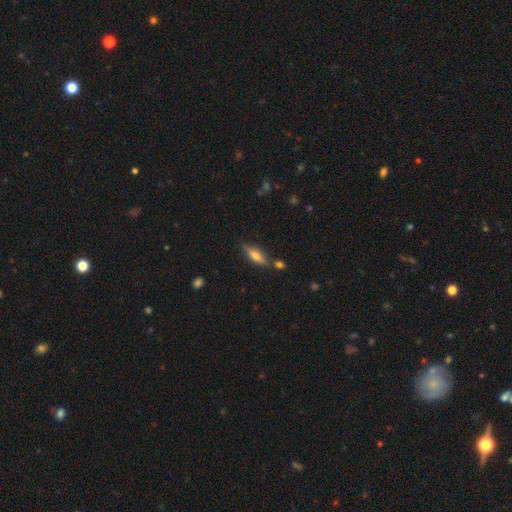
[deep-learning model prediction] This is possibly a smooth galaxy (46%, tied with featured or disk). Merging: likely none (76%).